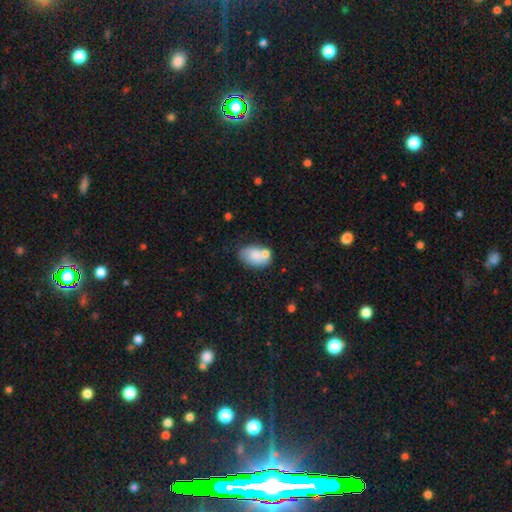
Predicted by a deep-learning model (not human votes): smooth_or_featured: smooth (p=0.75) [alt: featured or disk p=0.17]
how_rounded: in between (p=0.86) [alt: round p=0.12]
merging: none (p=0.46) [alt: merger p=0.27]